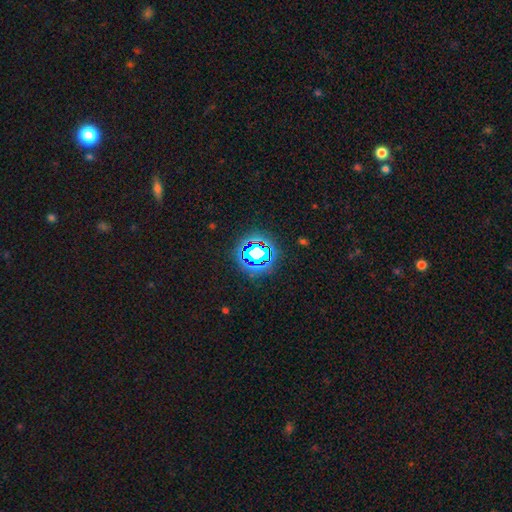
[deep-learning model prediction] Smooth or featured? star or artifact (66%)